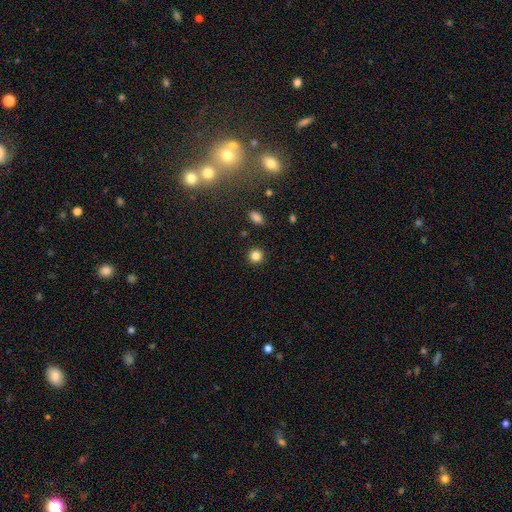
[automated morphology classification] Smooth or featured? Predicted: smooth (p=0.84). How rounded? Predicted: round (p=0.93). Merging? Predicted: none (p=0.91).